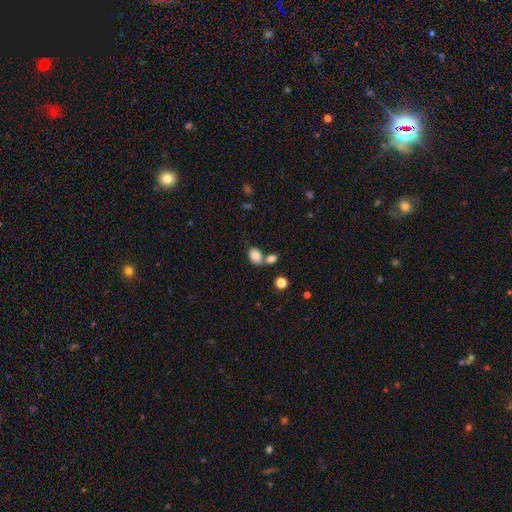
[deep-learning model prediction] Q: Smooth or featured?
A: smooth (85%); runner-up: star or artifact (9%)
Q: How rounded?
A: in between (78%); runner-up: round (20%)
Q: Merging?
A: none (47%); runner-up: merger (35%)